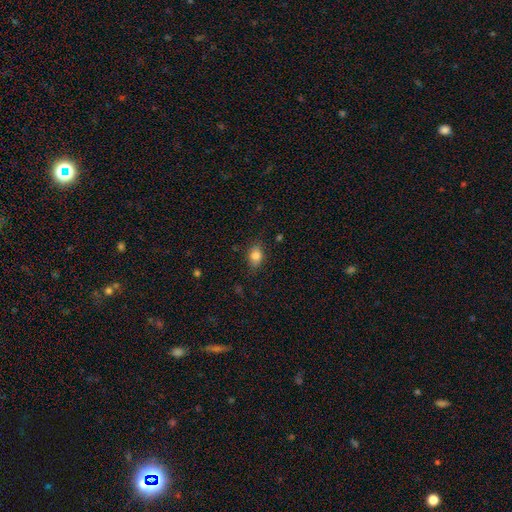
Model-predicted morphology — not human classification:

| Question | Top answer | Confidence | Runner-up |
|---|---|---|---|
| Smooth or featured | smooth | 82% | star or artifact (10%) |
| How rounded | in between | 73% | round (24%) |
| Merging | none | 80% | minor disturbance (15%) |